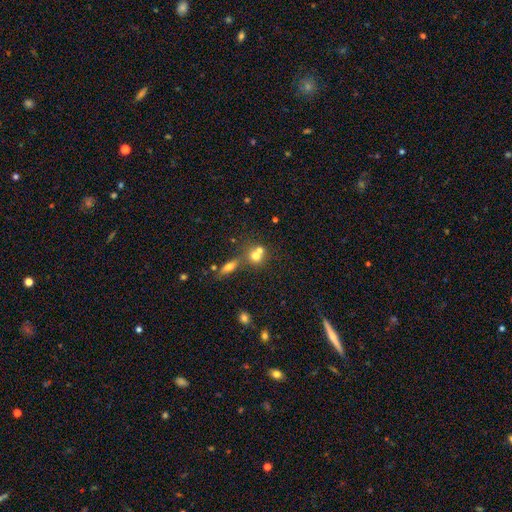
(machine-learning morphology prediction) Smooth or featured? smooth (67%)
How rounded? round (79%)
Merging? merger (52%)